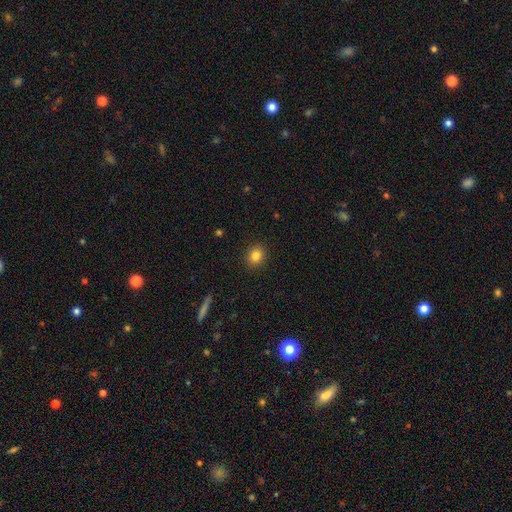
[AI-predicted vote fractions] Smooth or featured: smooth — 83% (star or artifact — 11%)
How rounded: round — 74% (in between — 24%)
Merging: none — 91% (minor disturbance — 6%)